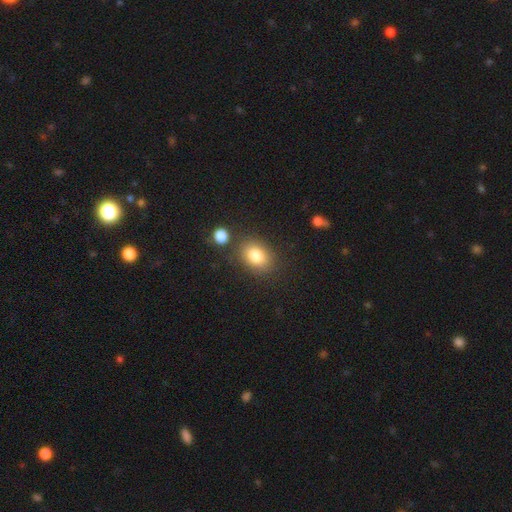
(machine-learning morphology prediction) Overall: smooth (82%). How rounded: in between (66%; round 33%). Merging: none (78%).